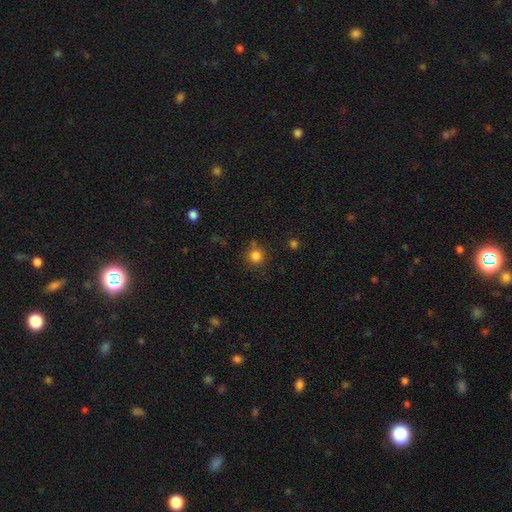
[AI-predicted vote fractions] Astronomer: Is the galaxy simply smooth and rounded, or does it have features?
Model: smooth — 83%.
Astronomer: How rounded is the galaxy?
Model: round — 93%.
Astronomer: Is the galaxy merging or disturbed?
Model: none — 79%.